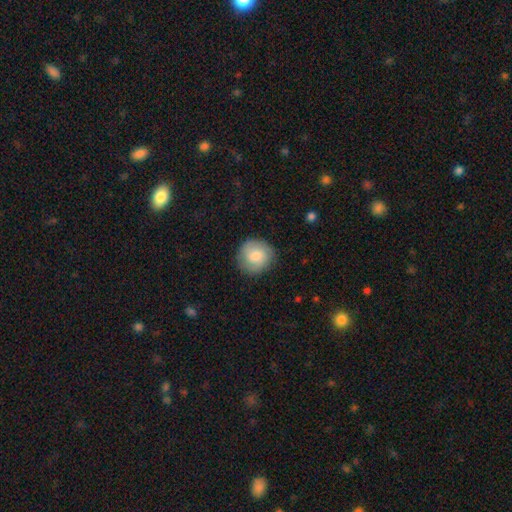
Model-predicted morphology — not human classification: Smooth or featured: smooth — 78% (featured or disk — 15%)
How rounded: round — 92% (in between — 7%)
Merging: none — 86% (minor disturbance — 10%)